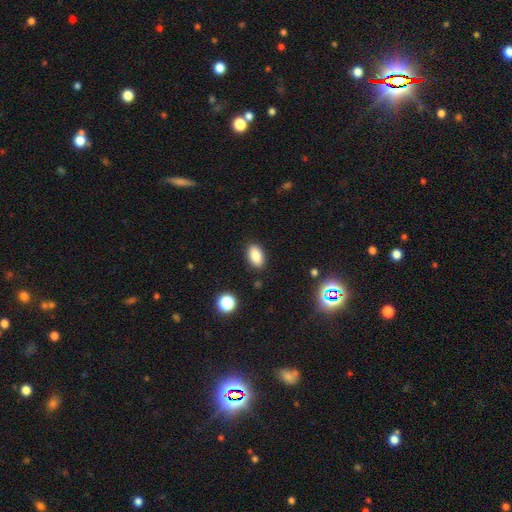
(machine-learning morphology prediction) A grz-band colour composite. It shows a smooth galaxy with no disk features (85%) that is in between round and cigar-shaped (91%). Merging: none (88%).